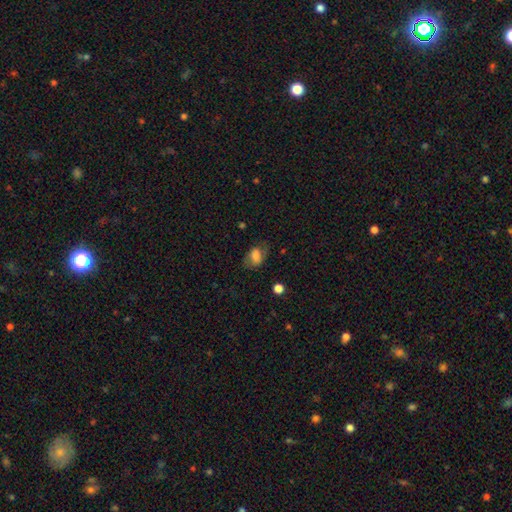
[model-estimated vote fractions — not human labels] Smooth or featured? smooth (72%)
How rounded? in between (79%)
Merging? none (60%)